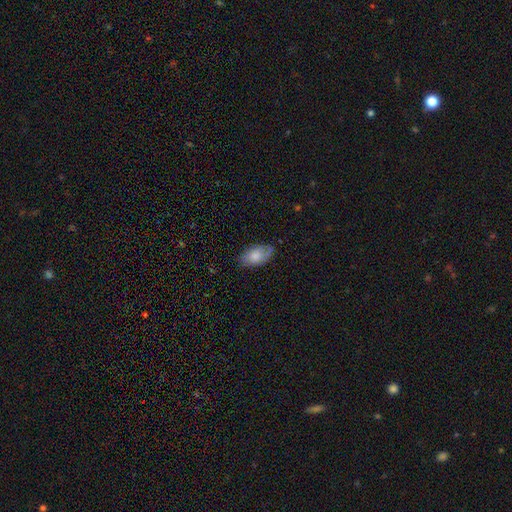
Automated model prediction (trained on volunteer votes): Morphology: type=smooth (77%); roundness=in between (93%); merging=none (72%).